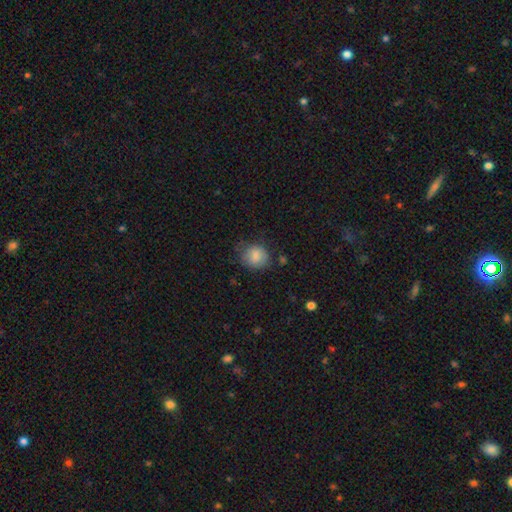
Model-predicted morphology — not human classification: Smooth or featured? smooth (82%)
How rounded? round (73%)
Merging? none (67%)